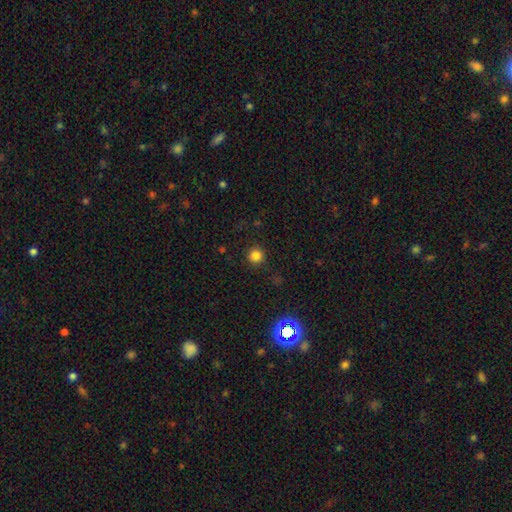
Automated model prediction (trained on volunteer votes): smooth 82%, star or artifact 14%, featured or disk 4%. Down the decision tree: how rounded — round (95%); merging — none (90%).